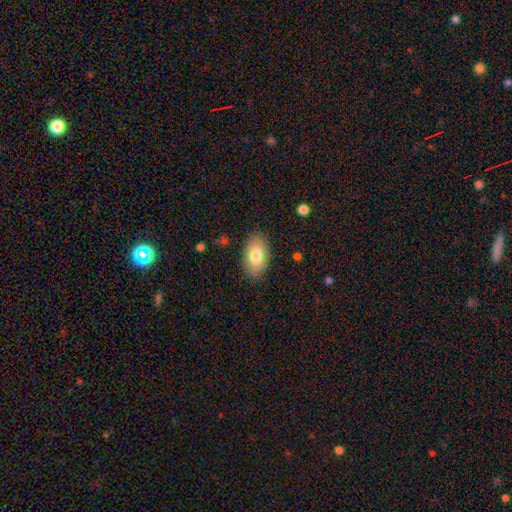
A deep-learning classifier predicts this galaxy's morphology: The model was most divided on "smooth or featured": smooth: 78%, featured or disk: 15%, star or artifact: 6%. More confident: how rounded — in between (94%); merging — none (85%).